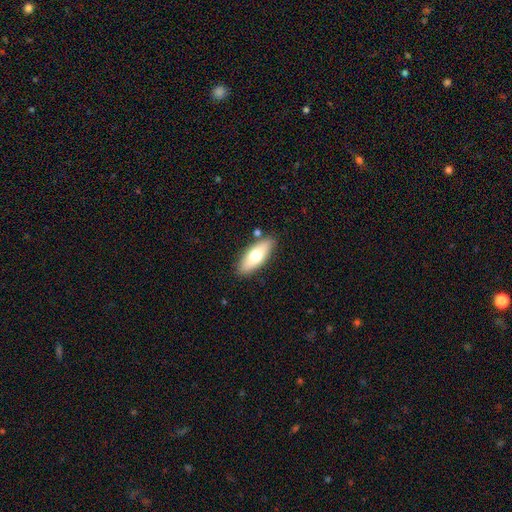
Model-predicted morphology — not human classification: A smooth galaxy with no disk features (67%) that is in between round and cigar-shaped (72%). Merging: none (84%).